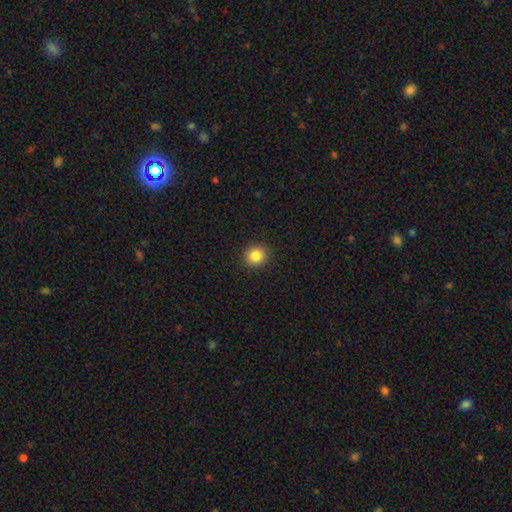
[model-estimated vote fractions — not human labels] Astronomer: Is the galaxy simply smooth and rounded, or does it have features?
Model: smooth — 85%.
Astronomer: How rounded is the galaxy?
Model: round — 87%.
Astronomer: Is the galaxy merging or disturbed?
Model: none — 91%.